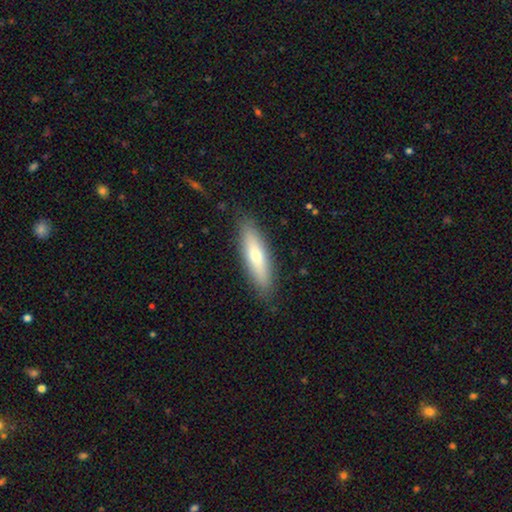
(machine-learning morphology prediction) smooth_or_featured: smooth (p=0.60) [alt: featured or disk p=0.34]
how_rounded: cigar-shaped (p=0.73) [alt: in between p=0.26]
merging: none (p=0.88) [alt: minor disturbance p=0.09]